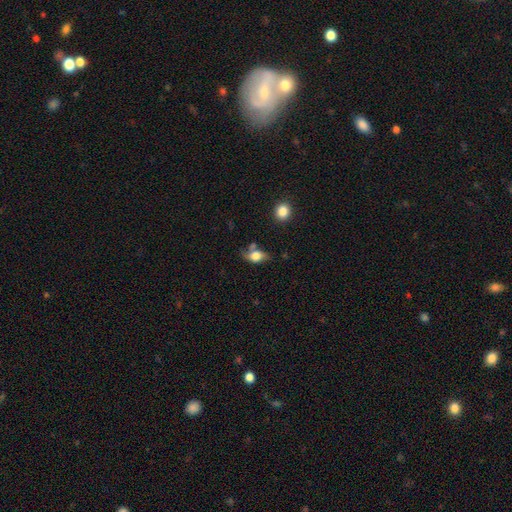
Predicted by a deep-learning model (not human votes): Smooth or featured? Predicted: smooth (p=0.60). How rounded? Predicted: in between (p=0.75). Merging? Predicted: none (p=0.50).